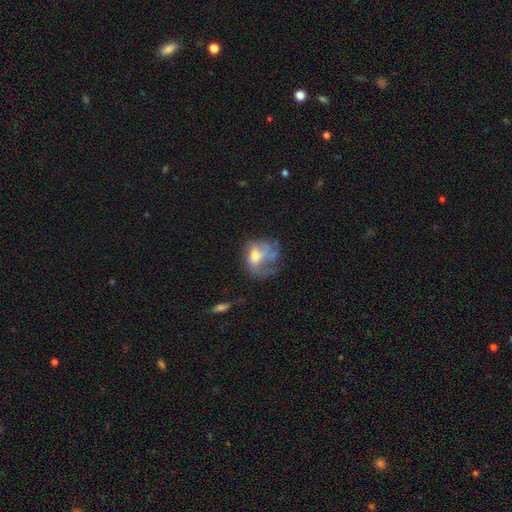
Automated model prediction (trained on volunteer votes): The model was most divided on "smooth or featured": featured or disk: 50%, smooth: 40%, star or artifact: 10%. Remaining: merging — major disturbance (46%).